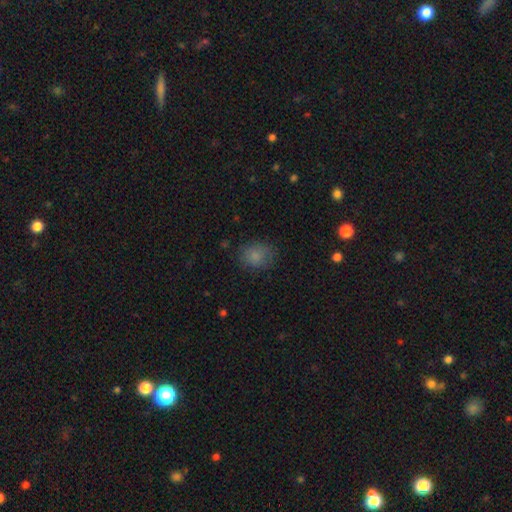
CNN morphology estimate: Smooth or featured? smooth (82%)
How rounded? round (54%)
Merging? none (72%)